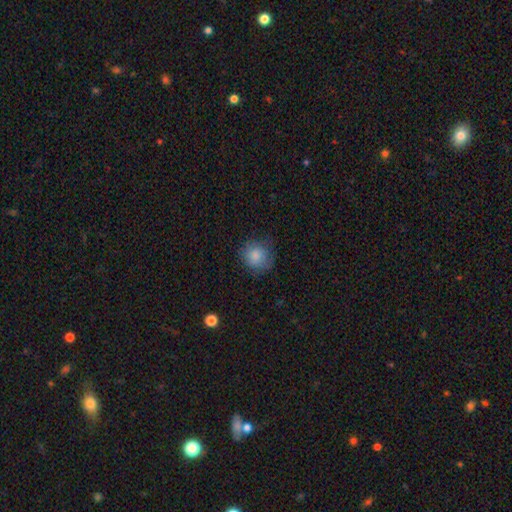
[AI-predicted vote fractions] A smooth galaxy with no disk features (83%) that is round (87%). Merging: none (75%).